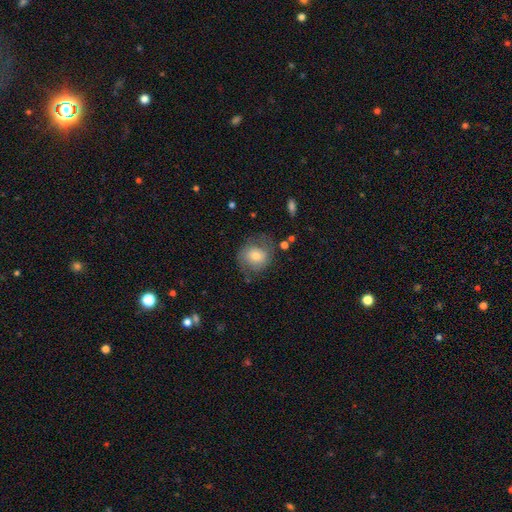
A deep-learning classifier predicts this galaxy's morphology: Overall: smooth (54%; featured or disk 36%). How rounded: round (77%). Merging: none (66%).